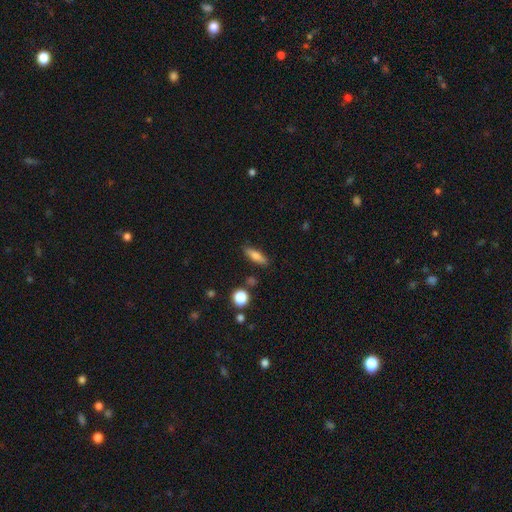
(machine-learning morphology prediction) A smooth galaxy with no disk features (70%) that is cigar-shaped (53%). Merging: none (85%).